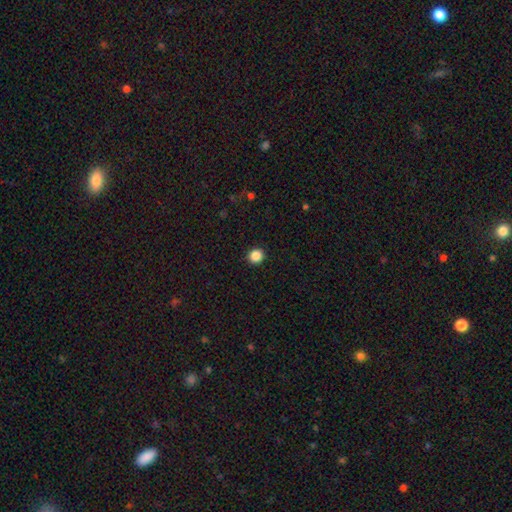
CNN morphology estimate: A smooth galaxy with no disk features (86%) that is round (94%). Merging: none (93%).